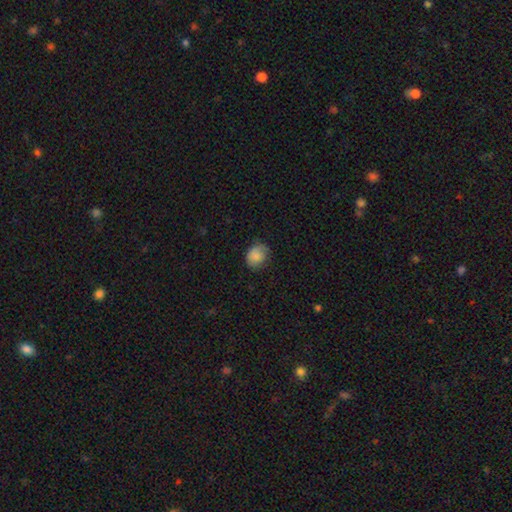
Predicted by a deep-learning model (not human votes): A smooth galaxy with no disk features (83%) that is round (58%).

Vote fractions:
- Smooth or featured? smooth: 83% / featured or disk: 9% / star or artifact: 8%
- How rounded? round: 58% / in between: 41% / cigar-shaped: 1%
- Merging? none: 66% / minor disturbance: 26% / major disturbance: 7% / merger: 1%